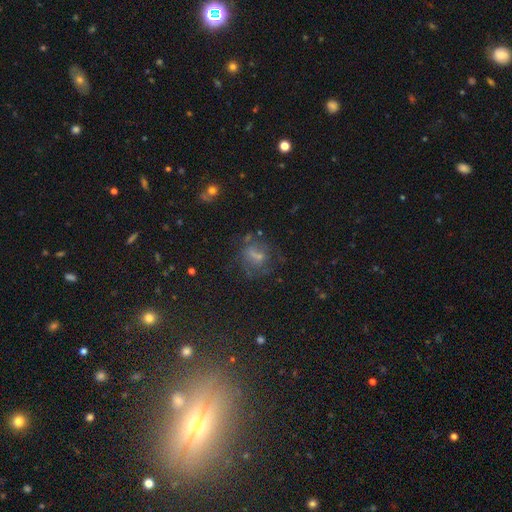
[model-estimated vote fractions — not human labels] Smooth or featured: smooth — 42% (featured or disk — 32%)
Merging: none — 49% (major disturbance — 23%)